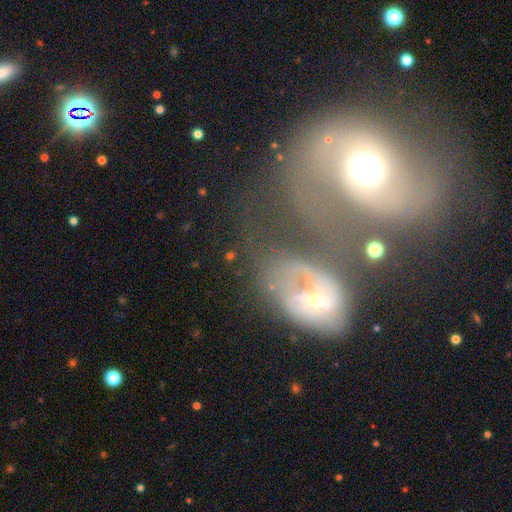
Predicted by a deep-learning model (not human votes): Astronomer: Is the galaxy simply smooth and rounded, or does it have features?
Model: featured or disk — 68%.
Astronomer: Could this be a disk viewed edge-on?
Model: no — 96%.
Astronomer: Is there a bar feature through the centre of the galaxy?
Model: no — 55% (runner-up: weak, 33%).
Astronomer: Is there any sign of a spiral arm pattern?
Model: yes — 77%.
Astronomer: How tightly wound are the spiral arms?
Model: medium — 40% (runner-up: tight, 36%).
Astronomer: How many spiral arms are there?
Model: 2 — 58%.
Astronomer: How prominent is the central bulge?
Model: moderate — 53% (runner-up: small, 29%).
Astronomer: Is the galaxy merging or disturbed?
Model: merger — 40% (runner-up: none, 29%).